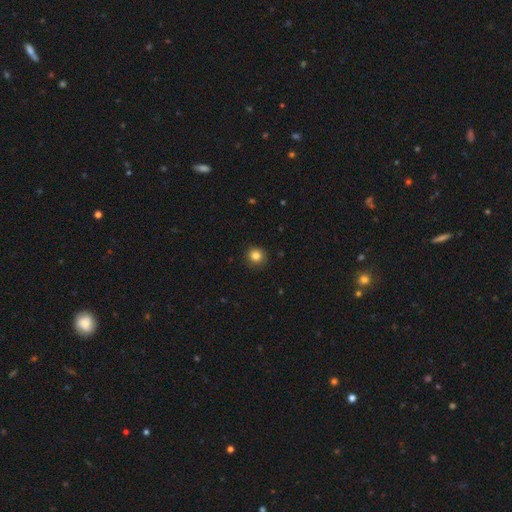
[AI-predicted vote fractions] Morphology: type=smooth (84%); roundness=round (92%); merging=none (90%).